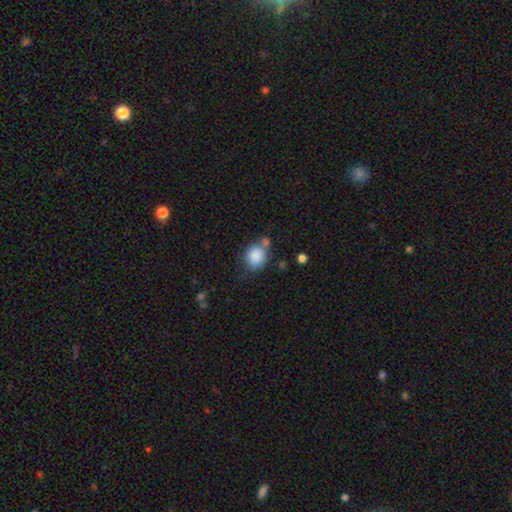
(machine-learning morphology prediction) This appears to be a smooth galaxy with no disk features (86%) that is round (68%). Merging: none (53%).